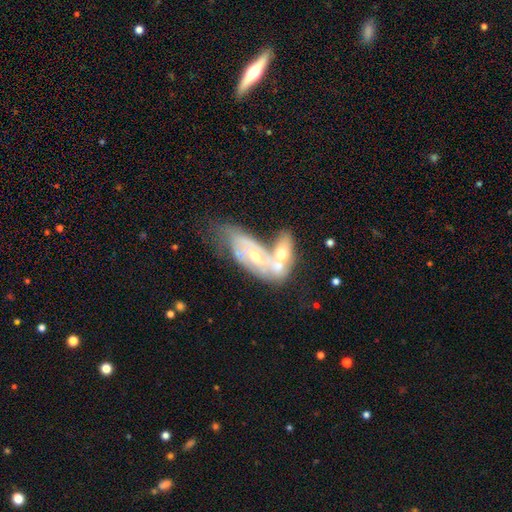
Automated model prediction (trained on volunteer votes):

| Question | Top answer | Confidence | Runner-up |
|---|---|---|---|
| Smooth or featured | featured or disk | 73% | smooth (21%) |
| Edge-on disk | no | 89% | yes (11%) |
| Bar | no | 68% | weak (24%) |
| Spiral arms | yes | 69% | no (31%) |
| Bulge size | moderate | 63% | small (31%) |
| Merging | merger | 68% | none (14%) |